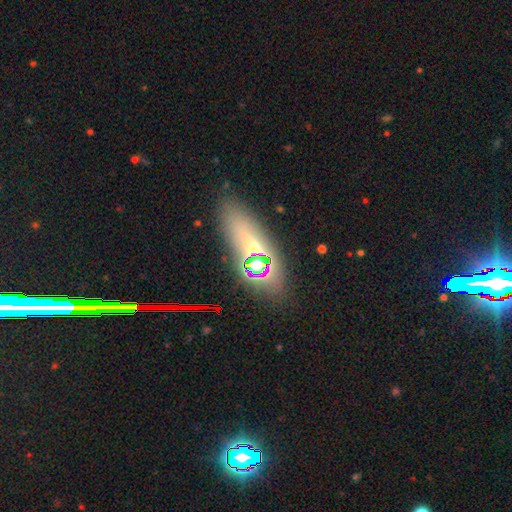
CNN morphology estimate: Overall: smooth (43%; star or artifact 30%). Merging: none (78%).